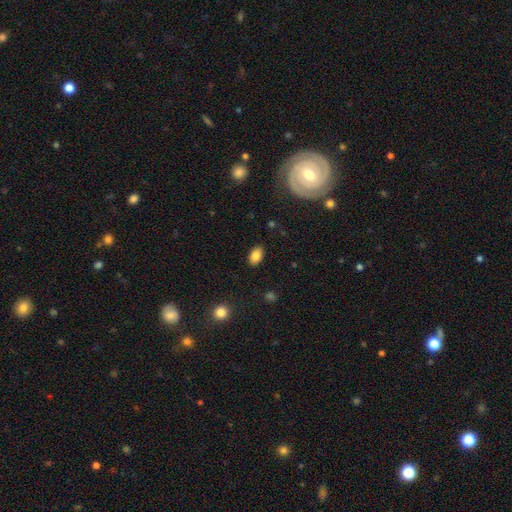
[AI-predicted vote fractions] Morphology: type=smooth (84%); roundness=in between (90%); merging=none (87%).